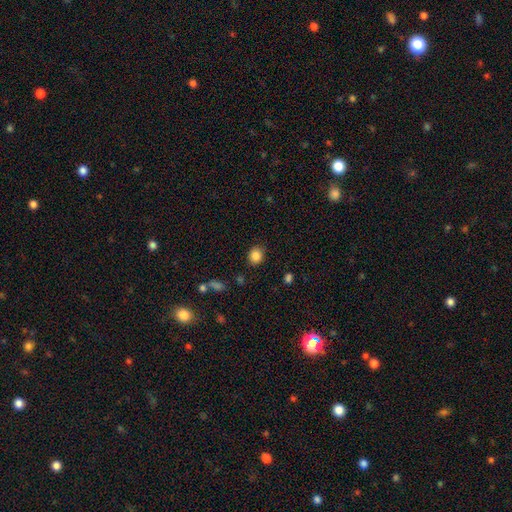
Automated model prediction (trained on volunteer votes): Smooth or featured: smooth — 85% (star or artifact — 10%)
How rounded: round — 65% (in between — 34%)
Merging: none — 85% (minor disturbance — 10%)